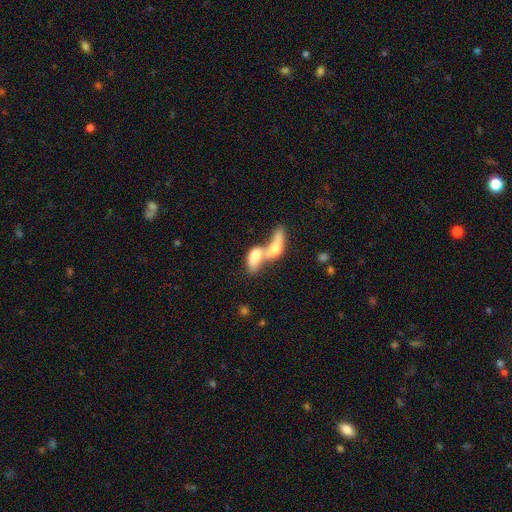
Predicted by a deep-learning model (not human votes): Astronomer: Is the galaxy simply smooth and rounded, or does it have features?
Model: smooth — 63%.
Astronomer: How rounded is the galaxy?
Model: in between — 74%.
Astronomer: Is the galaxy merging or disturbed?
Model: merger — 84%.